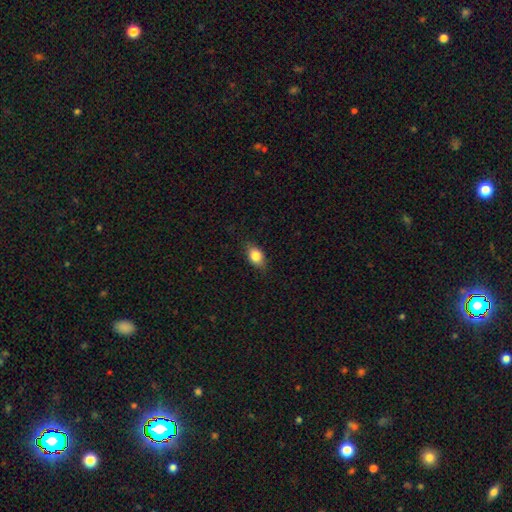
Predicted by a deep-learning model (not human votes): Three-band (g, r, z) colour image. It shows a smooth galaxy with no disk features (82%) that is in between round and cigar-shaped (78%). Merging: none (83%).